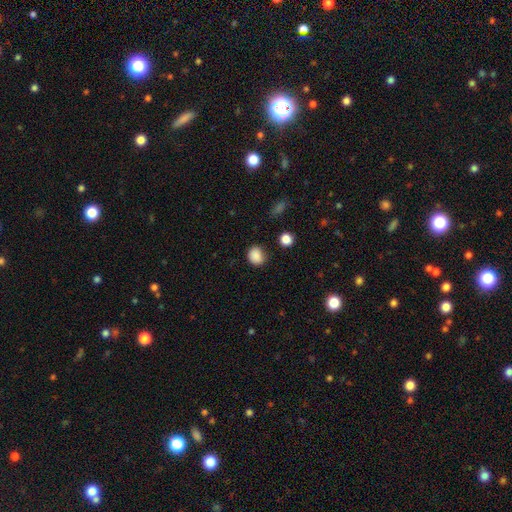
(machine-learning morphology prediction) The model was most divided on "how rounded": round: 70%, in between: 29%, cigar-shaped: 1%. More confident: smooth or featured — smooth (87%); merging — none (78%).